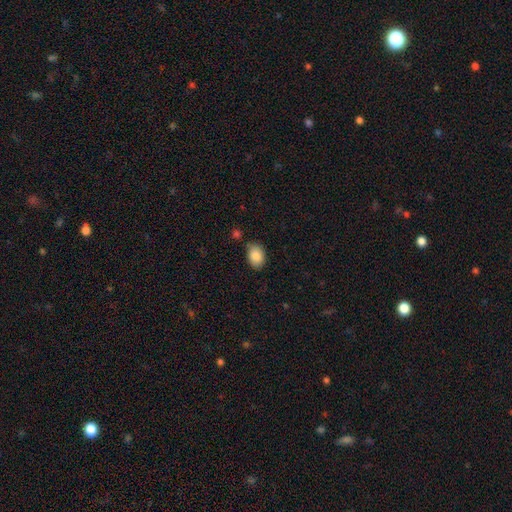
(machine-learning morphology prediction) Overall: smooth (87%). How rounded: in between (81%). Merging: none (78%).